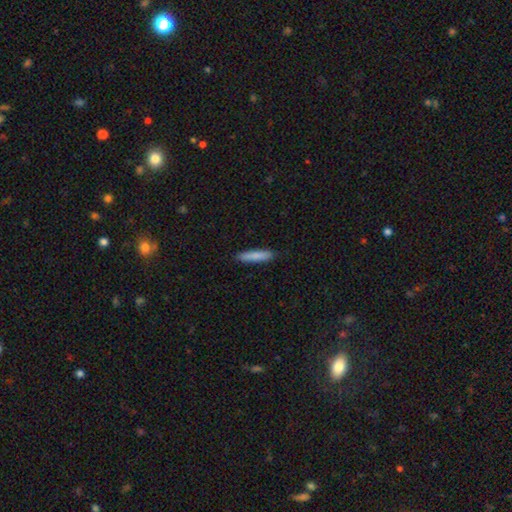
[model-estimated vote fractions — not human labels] Smooth or featured? smooth (85%)
How rounded? cigar-shaped (87%)
Merging? none (90%)